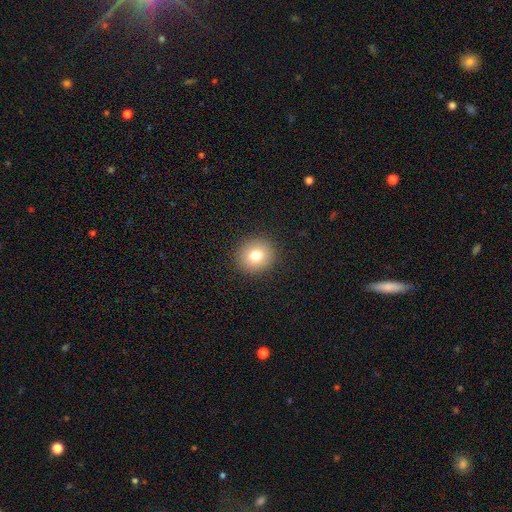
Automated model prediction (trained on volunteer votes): smooth 77%, star or artifact 12%, featured or disk 11%. Down the decision tree: how rounded — round (88%); merging — none (91%).